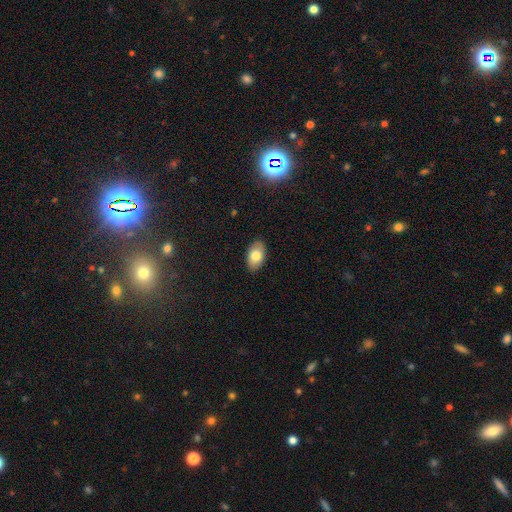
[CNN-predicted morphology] smooth-or-featured: smooth: 79% | featured or disk: 14% | star or artifact: 7%
  how-rounded: in between: 93% | round: 6% | cigar-shaped: 1%
  merging: none: 88% | minor disturbance: 9% | major disturbance: 2% | merger: 1%